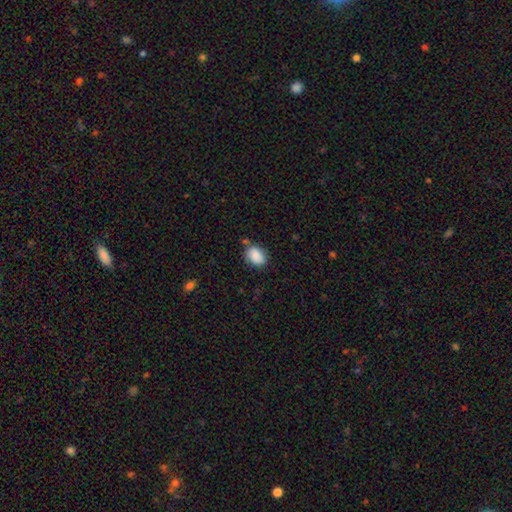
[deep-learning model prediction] Q: Smooth or featured?
A: smooth (83%); runner-up: featured or disk (9%)
Q: How rounded?
A: in between (63%); runner-up: round (36%)
Q: Merging?
A: none (66%); runner-up: minor disturbance (22%)